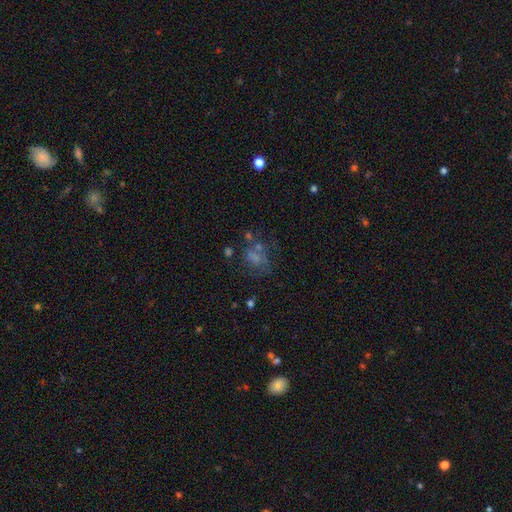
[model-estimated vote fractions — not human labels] Morphology: type=smooth (47%); merging=none (40%).